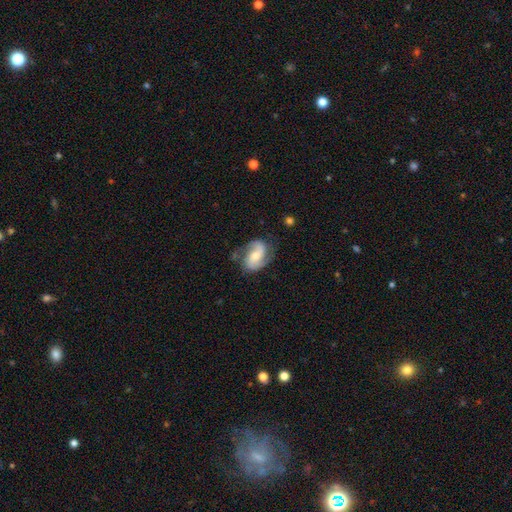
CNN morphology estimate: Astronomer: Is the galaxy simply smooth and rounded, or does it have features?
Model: featured or disk — 76%.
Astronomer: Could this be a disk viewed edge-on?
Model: no — 97%.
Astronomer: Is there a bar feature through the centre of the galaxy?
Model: no — 45% (runner-up: weak, 39%).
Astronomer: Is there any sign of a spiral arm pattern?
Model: yes — 94%.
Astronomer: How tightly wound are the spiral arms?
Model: medium — 46% (runner-up: loose, 33%).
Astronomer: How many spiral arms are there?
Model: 2 — 87%.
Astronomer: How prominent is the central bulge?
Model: moderate — 53% (runner-up: small, 36%).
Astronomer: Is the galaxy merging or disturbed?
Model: none — 66%.